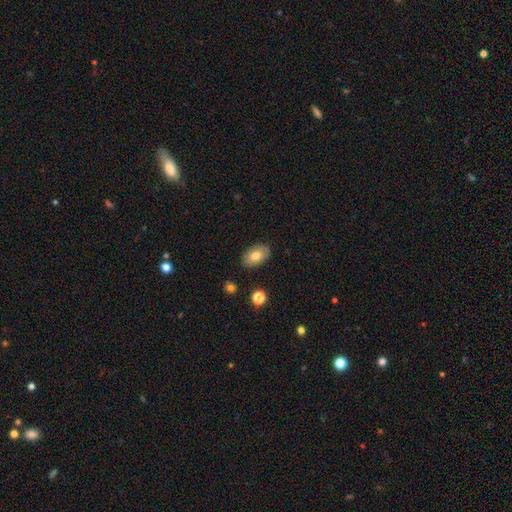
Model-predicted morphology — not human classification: Smooth or featured: smooth — 78% (featured or disk — 15%)
How rounded: in between — 91% (round — 7%)
Merging: none — 86% (minor disturbance — 11%)